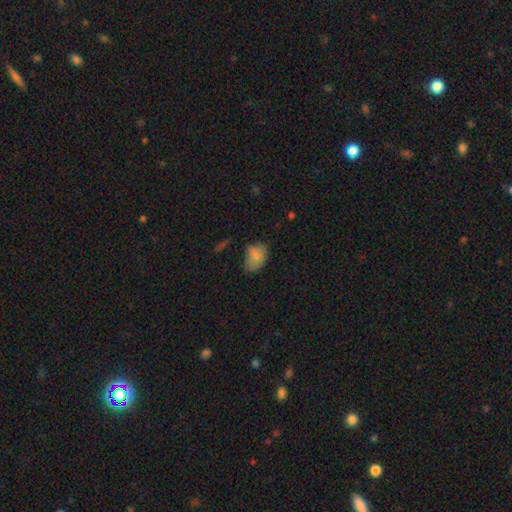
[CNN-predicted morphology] Smooth or featured? smooth (79%)
How rounded? in between (82%)
Merging? none (48%)